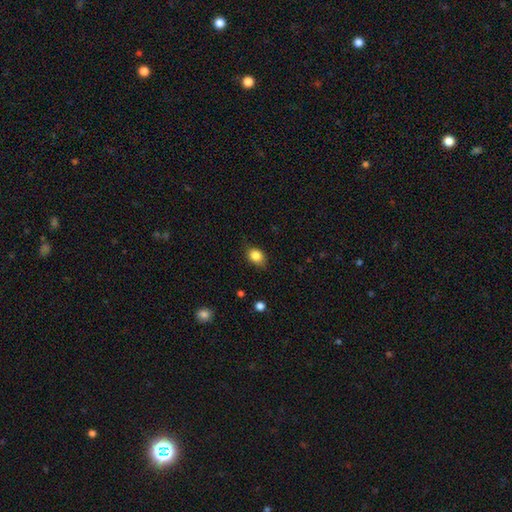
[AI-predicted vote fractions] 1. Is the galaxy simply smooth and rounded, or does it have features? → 85% smooth, 9% star or artifact, 6% featured or disk.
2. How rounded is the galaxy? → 62% in between, 37% round, 1% cigar-shaped.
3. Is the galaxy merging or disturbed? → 79% none, 17% minor disturbance, 3% major disturbance, 1% merger.